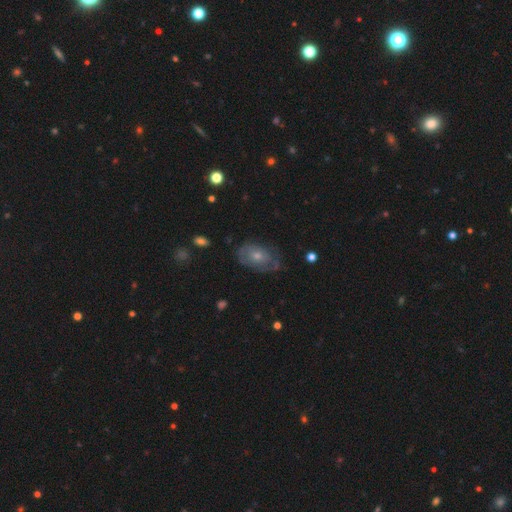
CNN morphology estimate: A featured or disk galaxy (56%) with no bar (83%), spiral arms (66%) and a small central bulge (48%). Merging: none (71%).